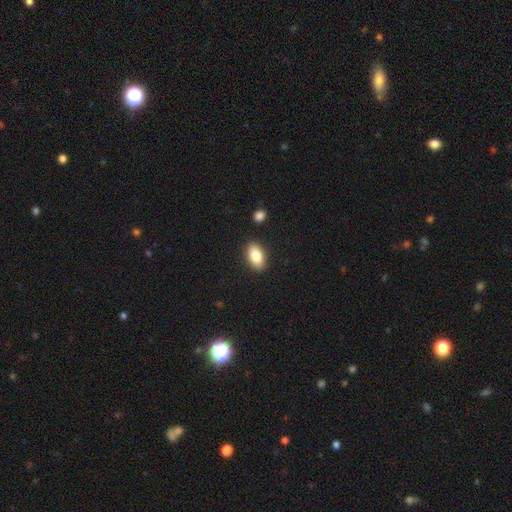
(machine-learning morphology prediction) smooth-or-featured: smooth: 82% | featured or disk: 11% | star or artifact: 7%
  how-rounded: in between: 91% | round: 6% | cigar-shaped: 4%
  merging: none: 87% | minor disturbance: 8% | merger: 2% | major disturbance: 2%